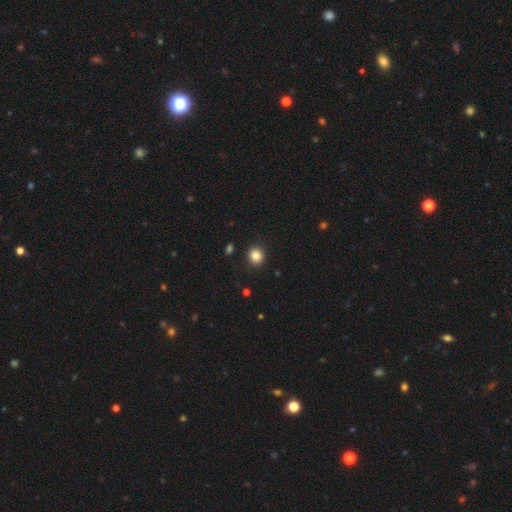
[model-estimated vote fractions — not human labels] smooth-or-featured: smooth: 84% | star or artifact: 11% | featured or disk: 5%
  how-rounded: round: 86% | in between: 13% | cigar-shaped: 1%
  merging: none: 91% | minor disturbance: 6% | major disturbance: 2% | merger: 1%